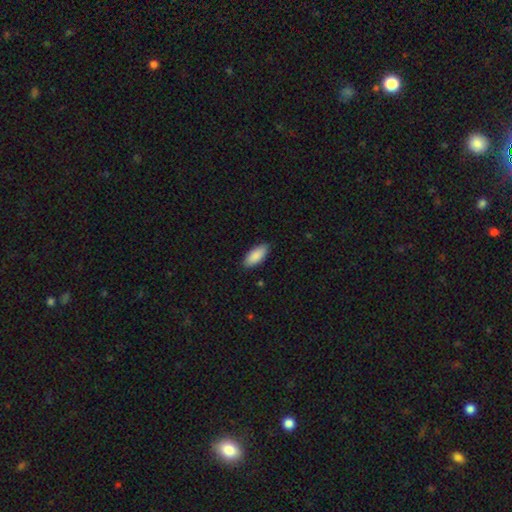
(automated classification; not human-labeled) This is clearly a smooth galaxy (89%). How rounded: clearly in between (87%). Merging: clearly none (86%).